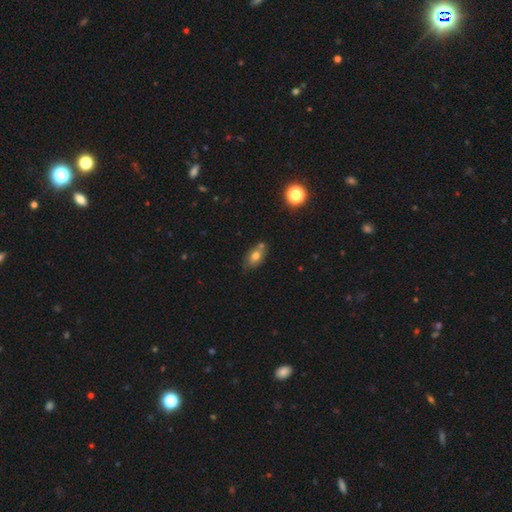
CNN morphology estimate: The model was most divided on "merging": none: 58%, minor disturbance: 20%, merger: 18%, major disturbance: 4%. More confident: how rounded — in between (80%); smooth or featured — smooth (71%).